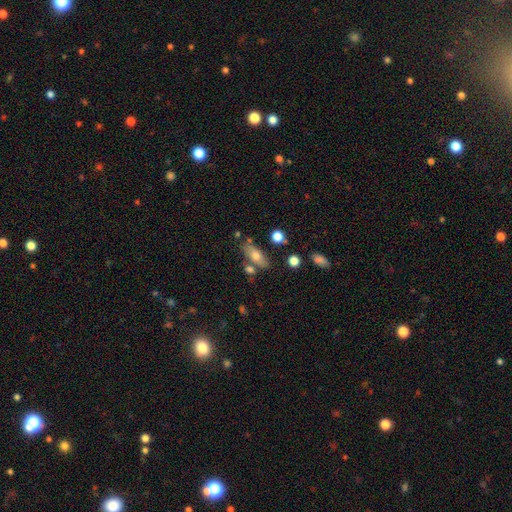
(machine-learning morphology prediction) Smooth or featured: smooth — 67% (featured or disk — 25%)
How rounded: in between — 76% (cigar-shaped — 20%)
Merging: none — 70% (minor disturbance — 14%)